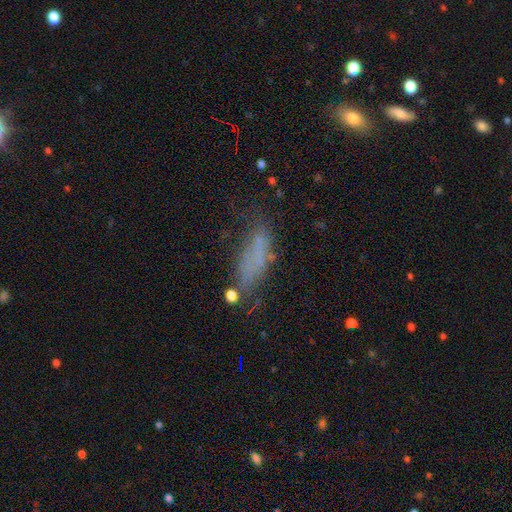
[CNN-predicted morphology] type=smooth (54%); roundness=cigar-shaped (49%); merging=none (42%).